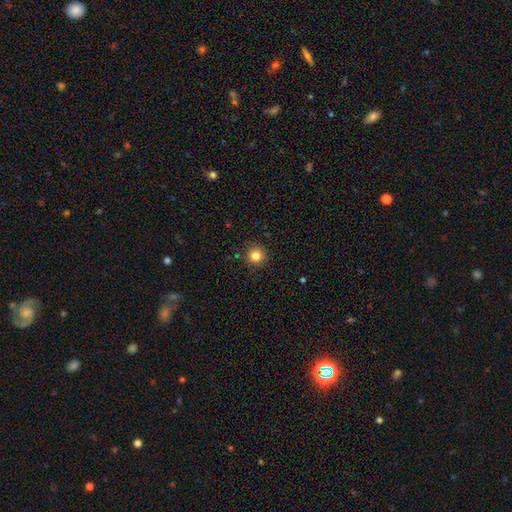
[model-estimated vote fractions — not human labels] The model was most divided on "smooth or featured": smooth: 82%, star or artifact: 12%, featured or disk: 5%. More confident: how rounded — round (95%); merging — none (90%).